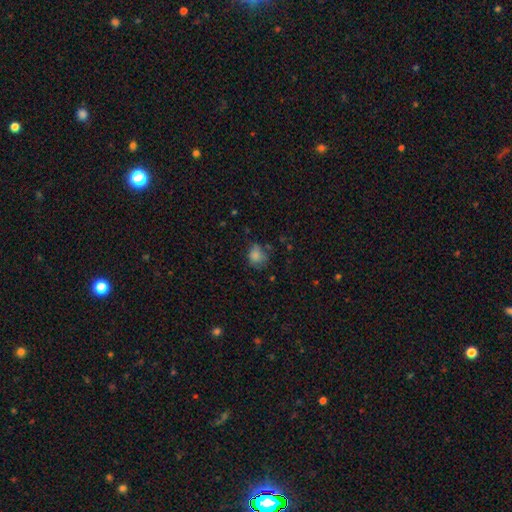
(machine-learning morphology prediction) Smooth or featured: smooth — 81% (star or artifact — 11%)
How rounded: round — 69% (in between — 30%)
Merging: none — 61% (minor disturbance — 26%)